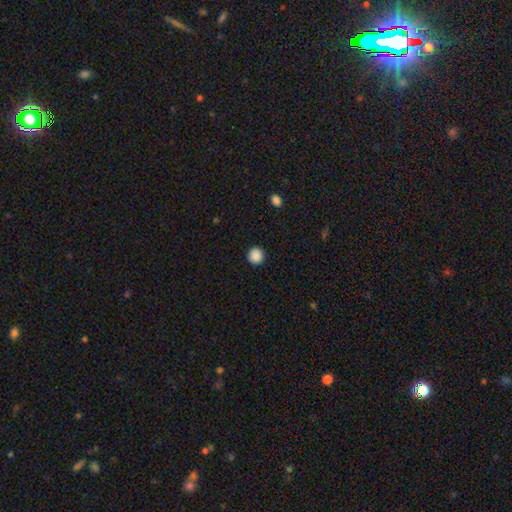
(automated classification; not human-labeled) The model was most divided on "smooth or featured": smooth: 89%, star or artifact: 9%, featured or disk: 2%. More confident: how rounded — round (94%); merging — none (92%).